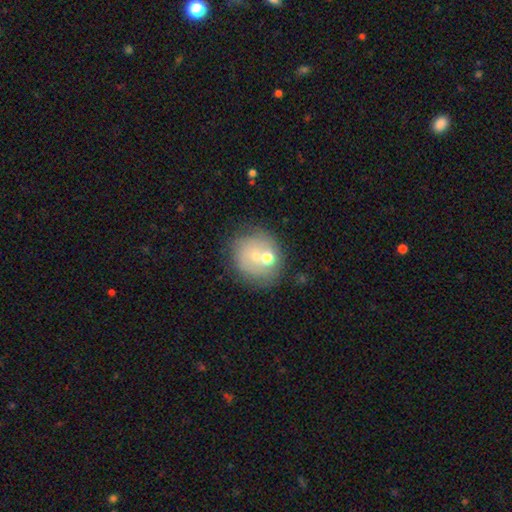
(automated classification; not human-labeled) Overall: smooth (54%; featured or disk 33%). How rounded: round (86%). Merging: none (63%).